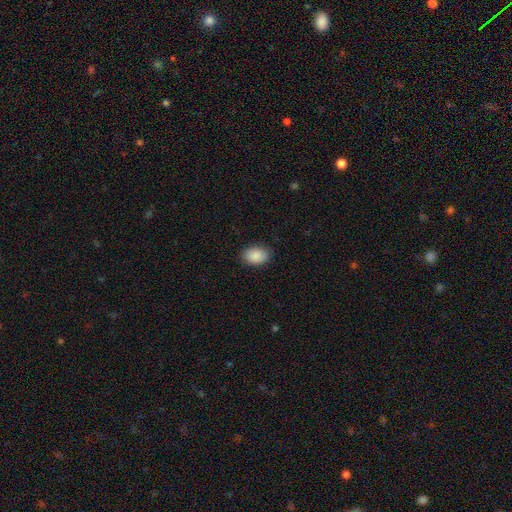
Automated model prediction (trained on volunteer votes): Q: Smooth or featured?
A: smooth (89%); runner-up: star or artifact (7%)
Q: How rounded?
A: in between (86%); runner-up: round (13%)
Q: Merging?
A: none (87%); runner-up: minor disturbance (9%)